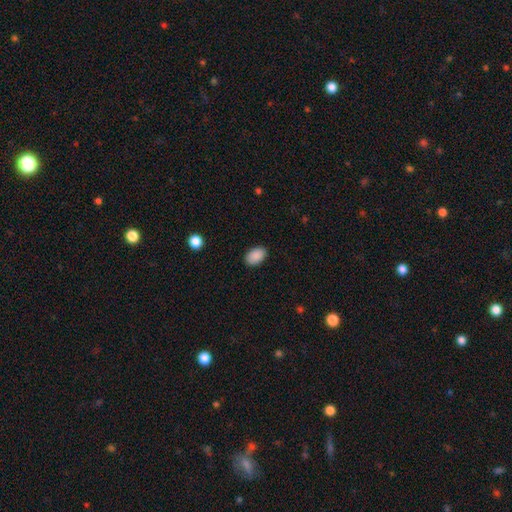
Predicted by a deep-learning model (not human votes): Morphology: type=smooth (90%); roundness=in between (90%); merging=none (89%).